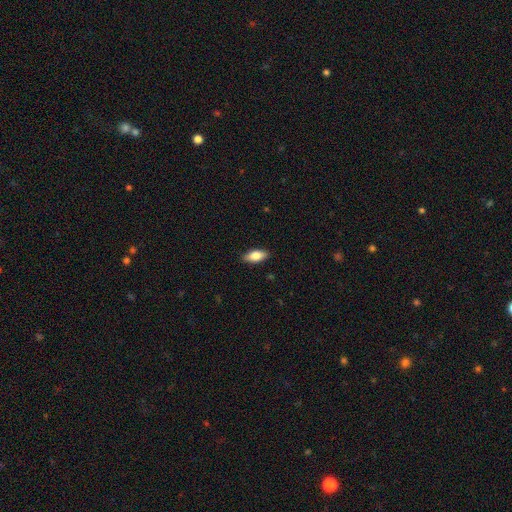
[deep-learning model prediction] smooth_or_featured: smooth (p=0.79) [alt: featured or disk p=0.15]
how_rounded: in between (p=0.85) [alt: cigar-shaped p=0.13]
merging: none (p=0.89) [alt: minor disturbance p=0.09]